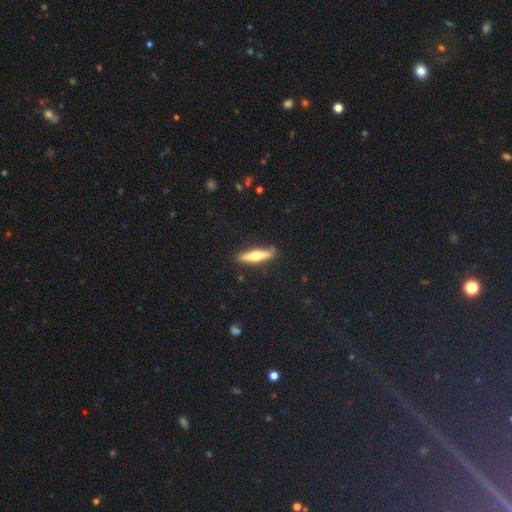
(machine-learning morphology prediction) The model was most divided on "smooth or featured": featured or disk: 52%, smooth: 42%, star or artifact: 6%. More confident: edge-on disk — yes (93%); merging — none (85%).